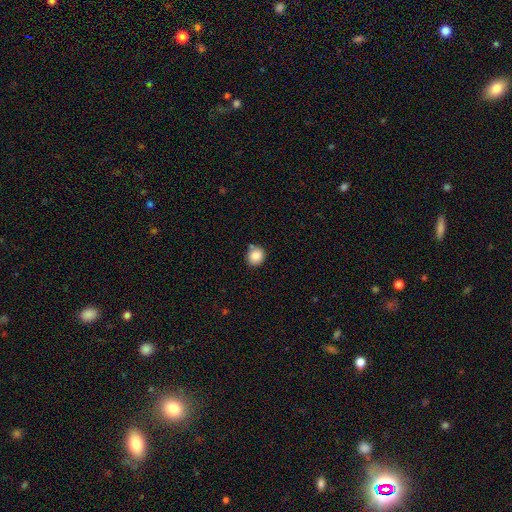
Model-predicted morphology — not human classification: Q: Smooth or featured?
A: smooth (86%); runner-up: star or artifact (9%)
Q: How rounded?
A: round (85%); runner-up: in between (14%)
Q: Merging?
A: none (79%); runner-up: minor disturbance (12%)